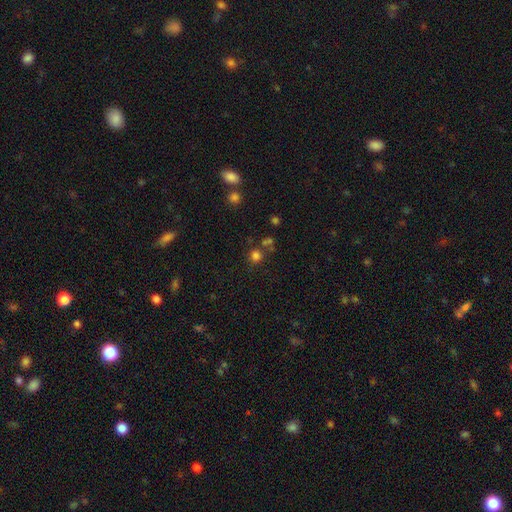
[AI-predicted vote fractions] smooth_or_featured: smooth (p=0.73) [alt: star or artifact p=0.20]
how_rounded: round (p=0.90) [alt: in between p=0.09]
merging: none (p=0.71) [alt: merger p=0.16]